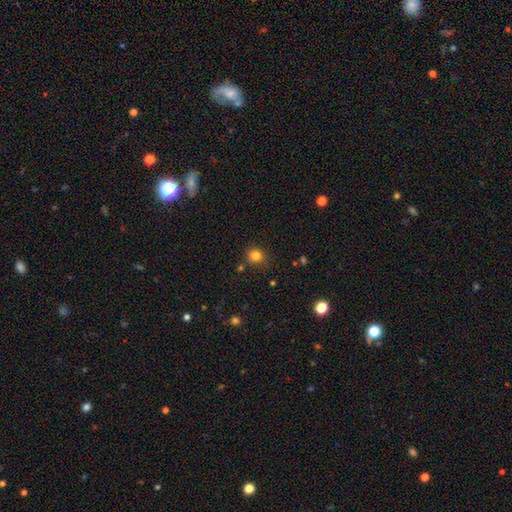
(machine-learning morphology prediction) Smooth or featured?
  - smooth: 81% *
  - star or artifact: 13%
  - featured or disk: 5%
How rounded?
  - round: 88% *
  - in between: 11%
  - cigar-shaped: 1%
Merging?
  - none: 84% *
  - minor disturbance: 10%
  - merger: 4%
  - major disturbance: 3%